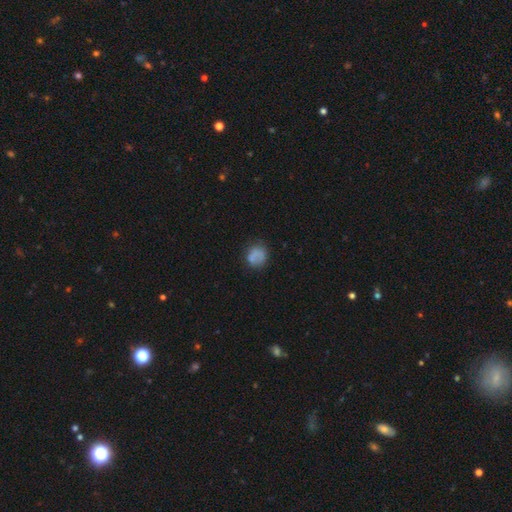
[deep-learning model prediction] Overall: smooth (76%). How rounded: round (78%). Merging: none (63%).